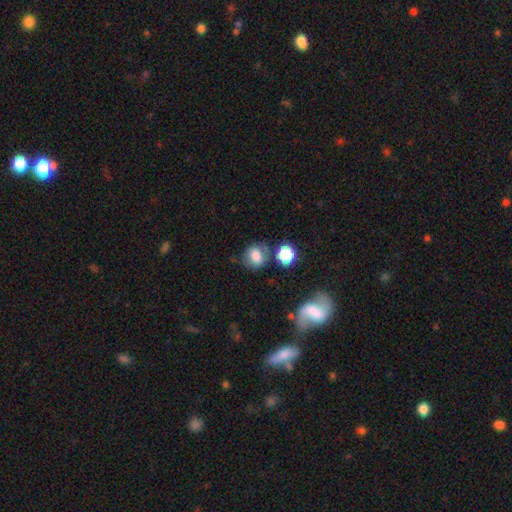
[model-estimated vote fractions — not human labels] Smooth or featured? smooth (74%)
How rounded? round (59%)
Merging? none (59%)